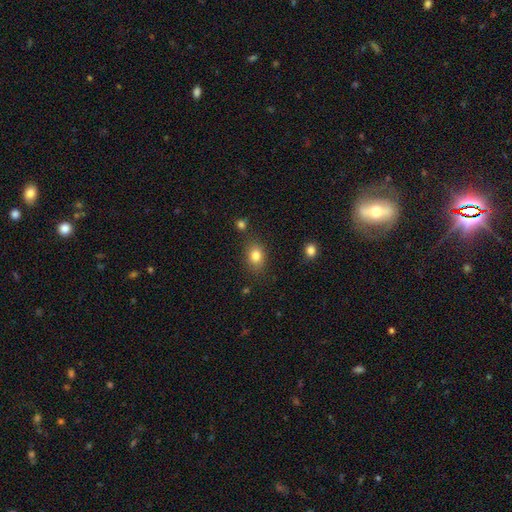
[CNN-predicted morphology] type=smooth (81%); roundness=in between (62%); merging=none (80%).